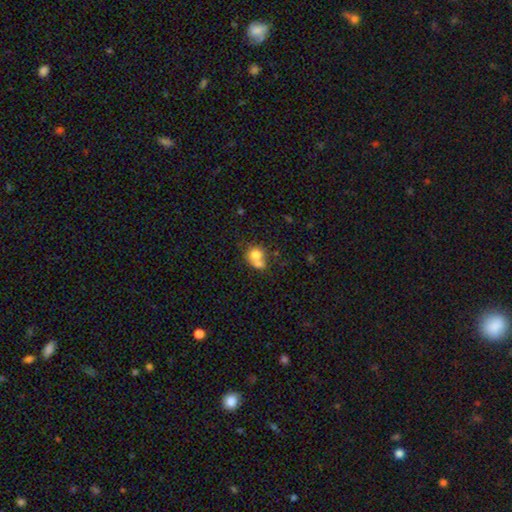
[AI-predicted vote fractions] Smooth or featured? smooth (74%)
How rounded? round (75%)
Merging? merger (54%)